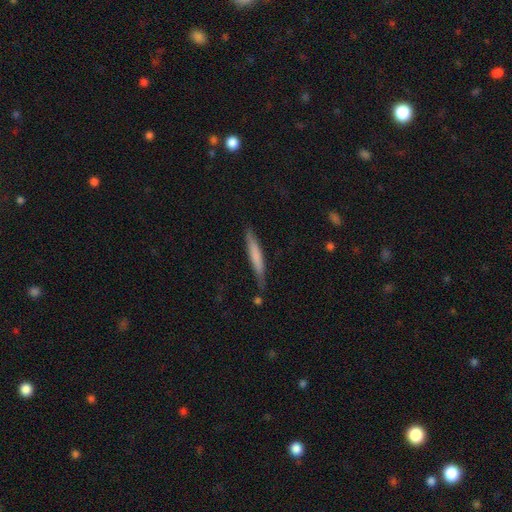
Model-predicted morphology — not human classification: type=smooth (65%); roundness=cigar-shaped (94%); merging=none (77%).